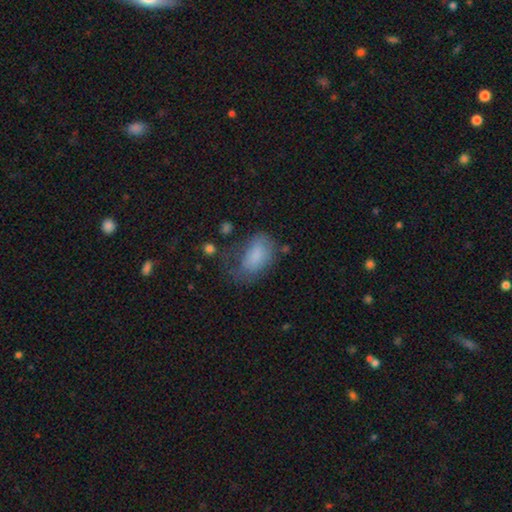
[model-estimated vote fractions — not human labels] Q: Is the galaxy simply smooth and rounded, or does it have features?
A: smooth — 77%.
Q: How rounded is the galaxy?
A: in between — 91%.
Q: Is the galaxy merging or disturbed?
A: major disturbance — 33%, tied with none.